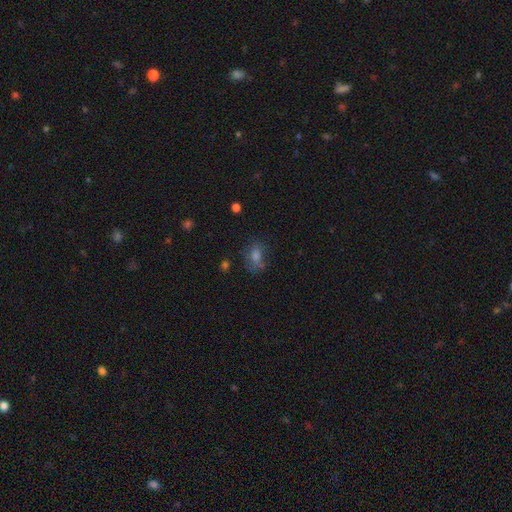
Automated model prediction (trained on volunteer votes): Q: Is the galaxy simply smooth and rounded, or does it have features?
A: smooth — 58%.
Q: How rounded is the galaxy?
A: in between — 68%.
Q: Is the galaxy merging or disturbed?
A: none — 59%.